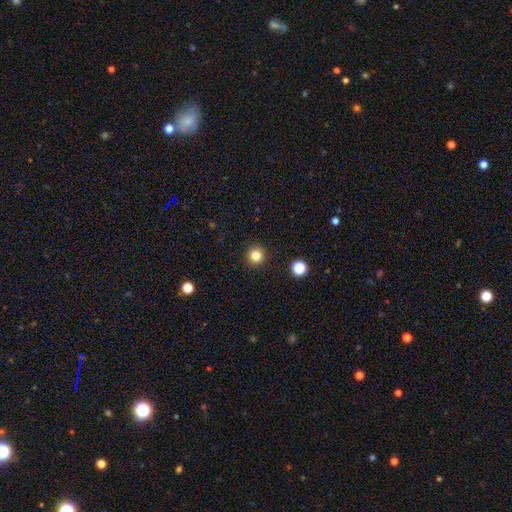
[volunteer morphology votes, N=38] This appears to be a smooth galaxy with no disk features (87%) that is round (100%). Merging: none (94%).